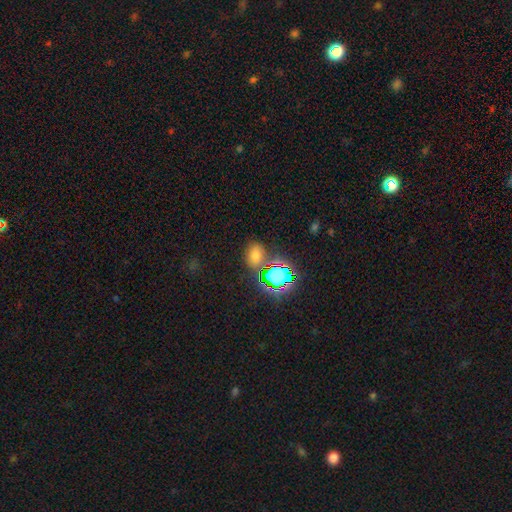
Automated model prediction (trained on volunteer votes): smooth 60%, star or artifact 33%, featured or disk 8%. Down the decision tree: how rounded — in between (74%); merging — none (73%).